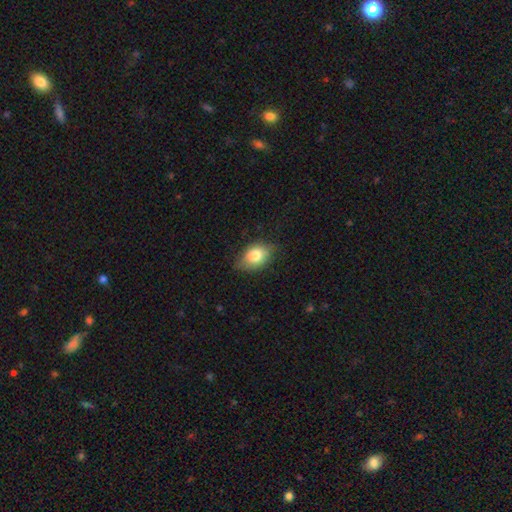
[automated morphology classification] Smooth or featured: smooth — 79% (featured or disk — 13%)
How rounded: in between — 79% (round — 19%)
Merging: none — 68% (minor disturbance — 26%)